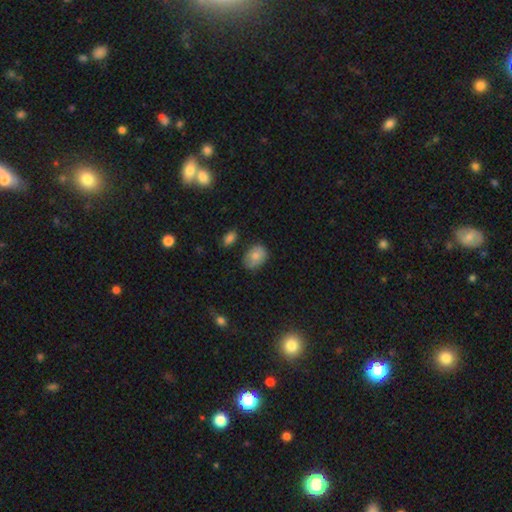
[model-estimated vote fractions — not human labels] This is likely a smooth galaxy (76%). How rounded: likely in between (72%). Merging: likely none (68%).